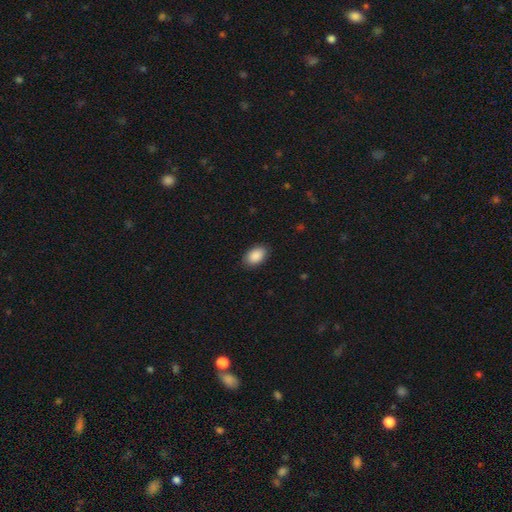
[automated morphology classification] Smooth or featured?
  - smooth: 90% *
  - star or artifact: 7%
  - featured or disk: 3%
How rounded?
  - in between: 90% *
  - round: 9%
  - cigar-shaped: 1%
Merging?
  - none: 88% *
  - minor disturbance: 9%
  - major disturbance: 2%
  - merger: 1%